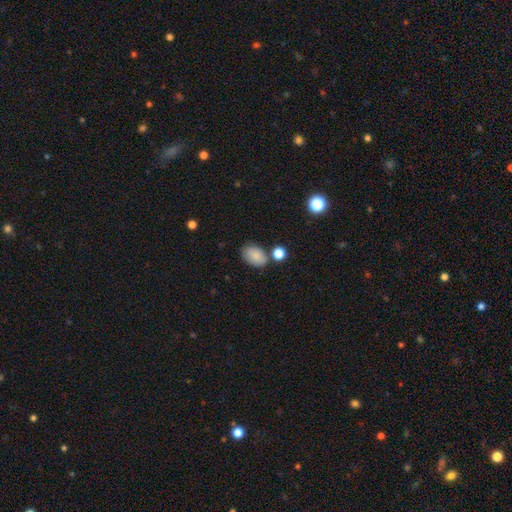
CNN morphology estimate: The model was most divided on "merging": none: 68%, minor disturbance: 17%, merger: 10%, major disturbance: 5%. More confident: how rounded — in between (88%); smooth or featured — smooth (86%).